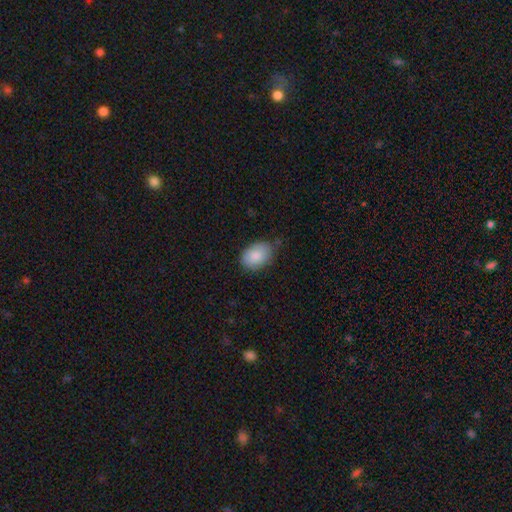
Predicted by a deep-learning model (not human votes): This appears to be a smooth galaxy with no disk features (86%) that is in between round and cigar-shaped (83%). Merging: none (69%).